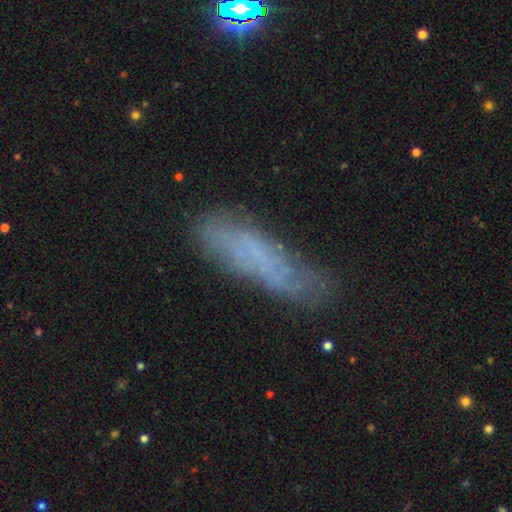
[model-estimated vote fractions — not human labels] Q: Smooth or featured?
A: smooth (51%); runner-up: featured or disk (37%)
Q: How rounded?
A: cigar-shaped (63%); runner-up: in between (35%)
Q: Merging?
A: none (59%); runner-up: minor disturbance (28%)